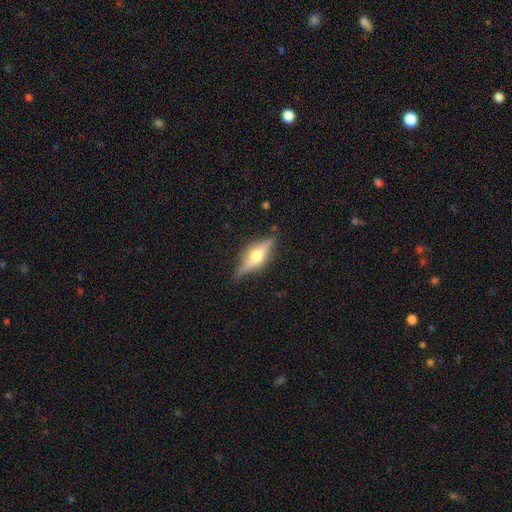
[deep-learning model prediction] Overall: featured or disk (70%). Edge-on disk: yes (94%). Edge-on bulge: rounded (94%). Merging: none (82%).